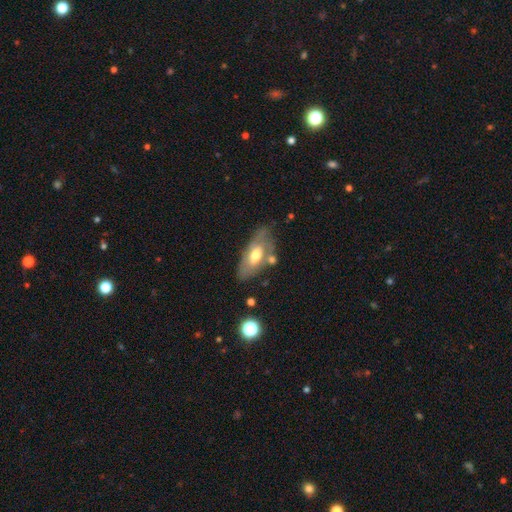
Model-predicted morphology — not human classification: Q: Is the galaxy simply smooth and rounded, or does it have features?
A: smooth — 48%.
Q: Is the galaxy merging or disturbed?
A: none — 58%.